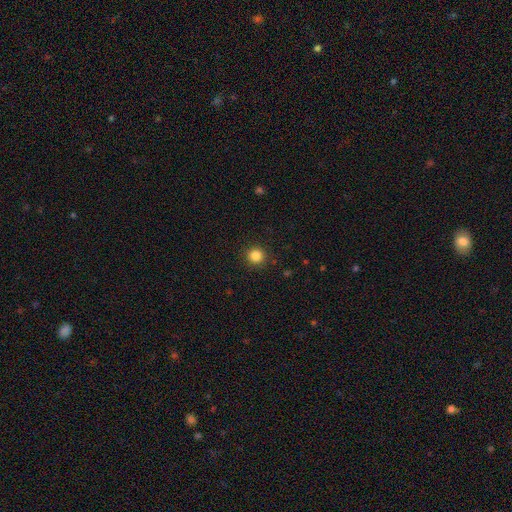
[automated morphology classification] A smooth galaxy with no disk features (85%) that is round (94%).

Vote fractions:
- Smooth or featured? smooth: 85% / star or artifact: 11% / featured or disk: 4%
- How rounded? round: 94% / in between: 5% / cigar-shaped: 1%
- Merging? none: 92% / minor disturbance: 5% / major disturbance: 2% / merger: 1%